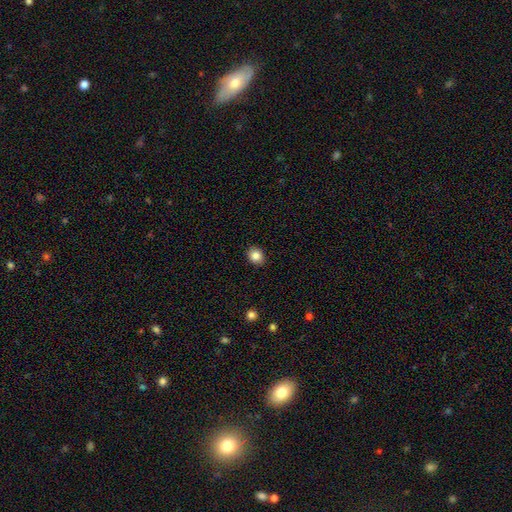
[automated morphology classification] Smooth or featured: smooth — 85% (star or artifact — 9%)
How rounded: round — 50% (in between — 49%)
Merging: none — 90% (minor disturbance — 7%)